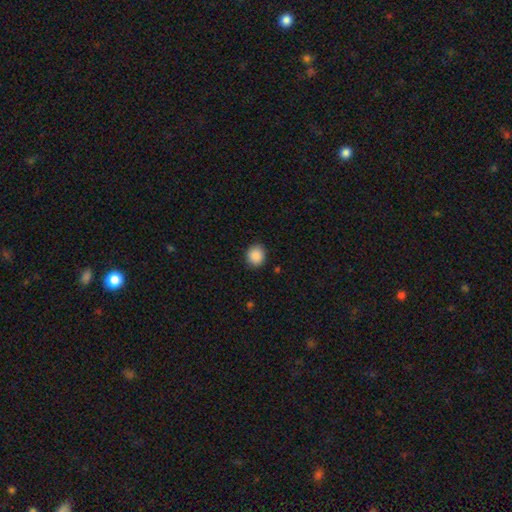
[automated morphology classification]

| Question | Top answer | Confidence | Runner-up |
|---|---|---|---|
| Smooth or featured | smooth | 89% | star or artifact (9%) |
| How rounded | round | 83% | in between (16%) |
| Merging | none | 90% | minor disturbance (7%) |